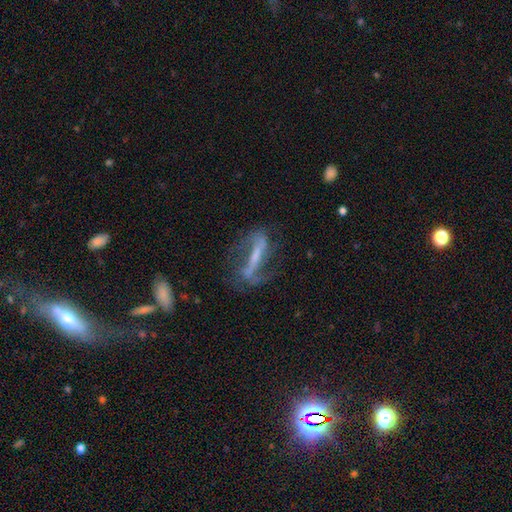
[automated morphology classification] This is likely a featured or disk galaxy (75%). It is likely not viewed edge-on (73%). Bar: likely strong (69%). Spiral arm pattern: likely yes (80%). Central bulge: marginally small (43%). Merging: possibly none (57%).